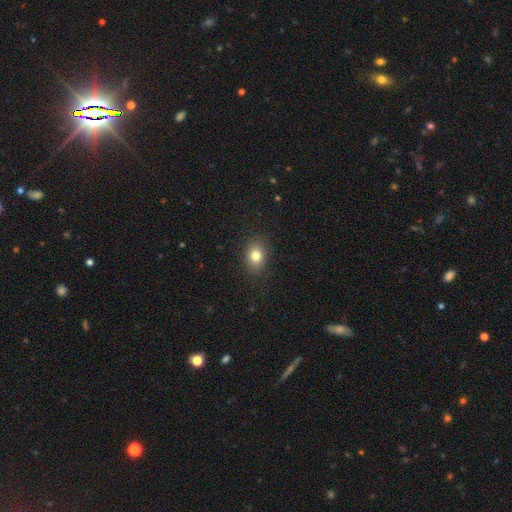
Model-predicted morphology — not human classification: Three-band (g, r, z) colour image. It shows a smooth galaxy with no disk features (80%) that is in between round and cigar-shaped (59%). Merging: none (88%).